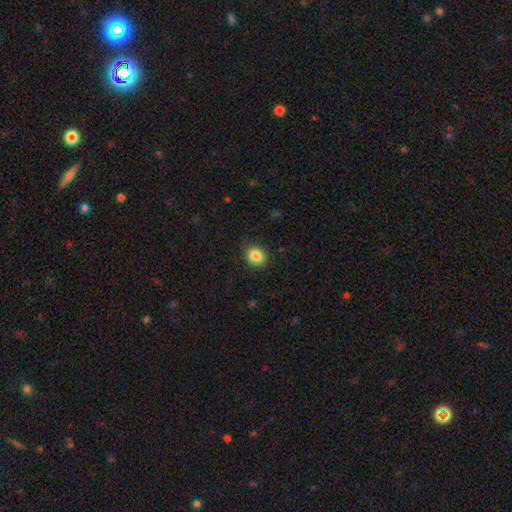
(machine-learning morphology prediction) Overall: smooth (86%). How rounded: round (53%; in between 46%). Merging: none (88%).